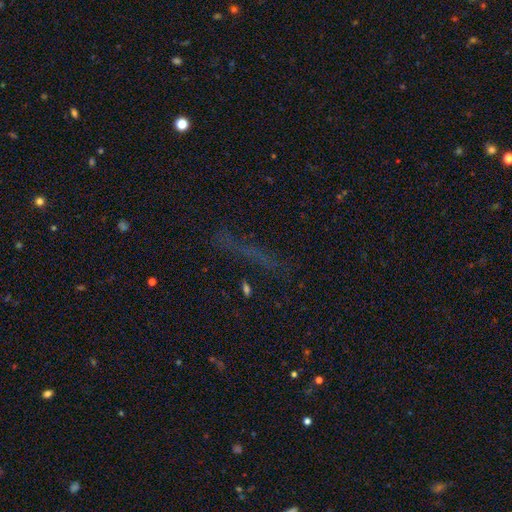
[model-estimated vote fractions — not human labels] This appears to be a star or artifact, not a galaxy (49%).